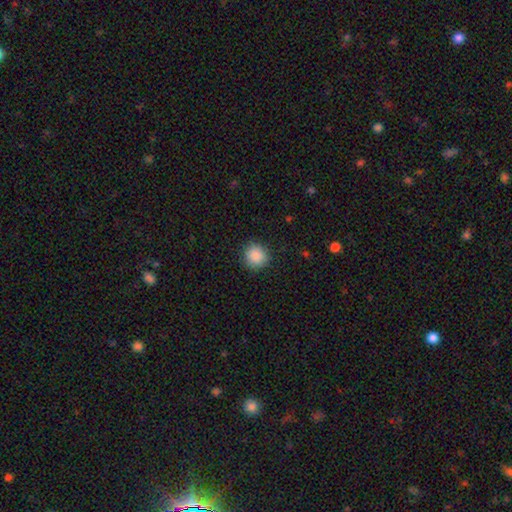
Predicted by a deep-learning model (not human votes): Morphology: type=smooth (89%); roundness=round (91%); merging=none (89%).